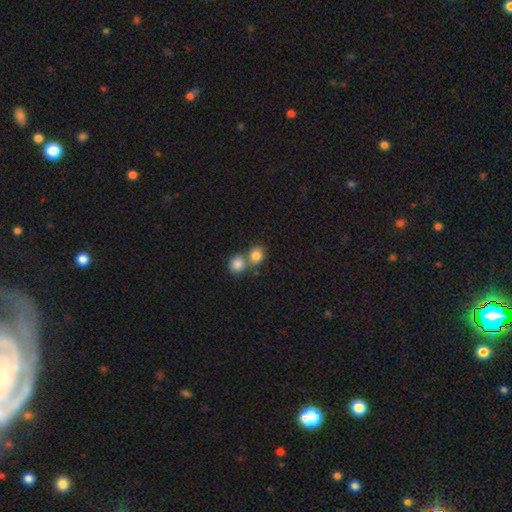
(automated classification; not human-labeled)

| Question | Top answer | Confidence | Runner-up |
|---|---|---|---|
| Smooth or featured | smooth | 83% | star or artifact (9%) |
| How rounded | round | 76% | in between (23%) |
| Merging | merger | 48% | none (43%) |